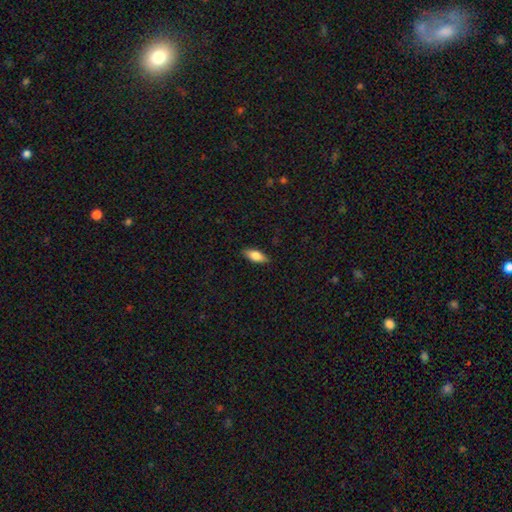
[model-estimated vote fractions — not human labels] smooth-or-featured: smooth: 78% | featured or disk: 16% | star or artifact: 6%
  how-rounded: in between: 79% | cigar-shaped: 19% | round: 3%
  merging: none: 87% | minor disturbance: 10% | major disturbance: 2% | merger: 1%